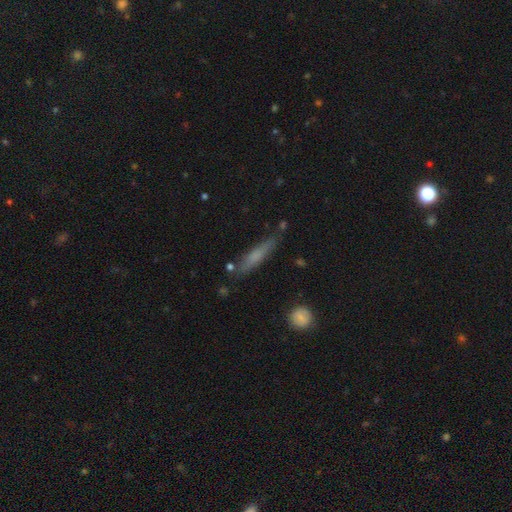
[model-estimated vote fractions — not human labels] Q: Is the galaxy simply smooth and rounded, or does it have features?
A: smooth — 58%.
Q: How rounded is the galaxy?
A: cigar-shaped — 88%.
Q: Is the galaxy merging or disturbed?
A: none — 78%.